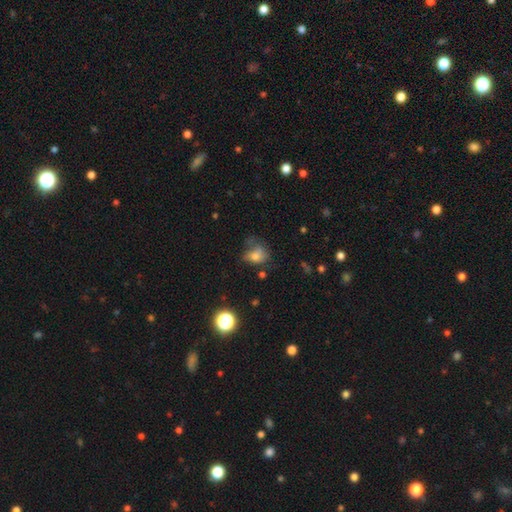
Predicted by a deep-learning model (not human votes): Morphology: type=smooth (67%); roundness=in between (56%); merging=none (35%).